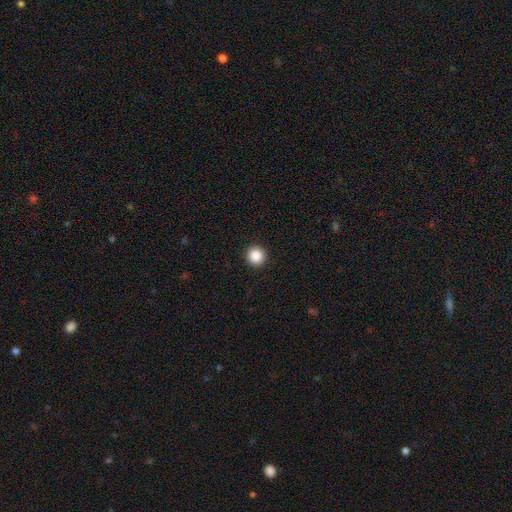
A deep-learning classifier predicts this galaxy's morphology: smooth_or_featured: smooth (p=0.88) [alt: star or artifact p=0.09]
how_rounded: round (p=0.96) [alt: in between p=0.03]
merging: none (p=0.93) [alt: minor disturbance p=0.04]